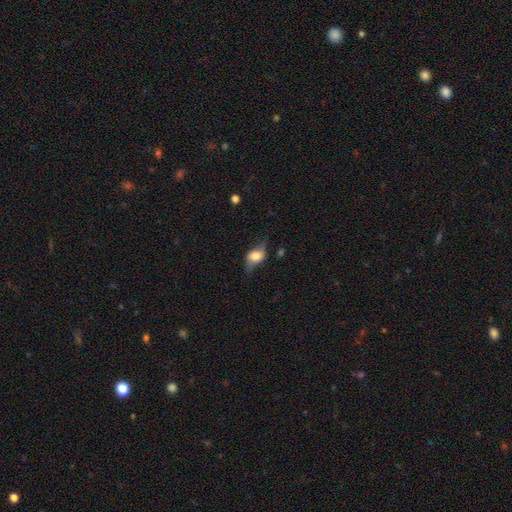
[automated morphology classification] type=smooth (47%); merging=none (59%).